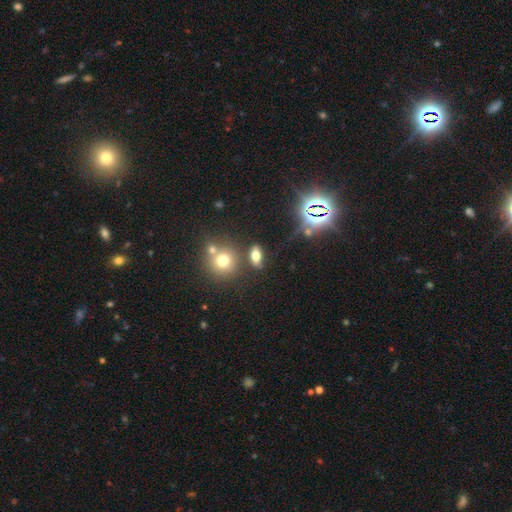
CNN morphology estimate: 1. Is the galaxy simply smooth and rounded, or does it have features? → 64% smooth, 21% star or artifact, 15% featured or disk.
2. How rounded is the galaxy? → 76% in between, 13% round, 11% cigar-shaped.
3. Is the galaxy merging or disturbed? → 74% none, 12% minor disturbance, 10% merger, 5% major disturbance.